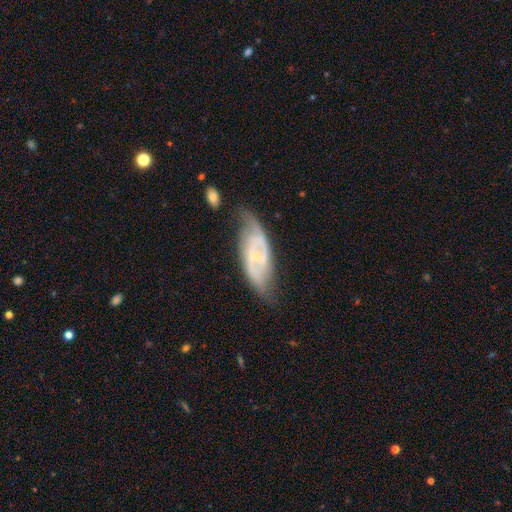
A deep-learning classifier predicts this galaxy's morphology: smooth_or_featured: featured or disk (p=0.78) [alt: smooth p=0.15]
disk_edge_on: no (p=0.88) [alt: yes p=0.12]
bar: weak (p=0.47) [alt: no p=0.32]
has_spiral_arms: yes (p=0.89) [alt: no p=0.11]
spiral_winding: medium (p=0.45) [alt: tight p=0.28]
spiral_arm_count: 2 (p=0.74) [alt: can't tell p=0.16]
bulge_size: small (p=0.66) [alt: moderate p=0.19]
merging: none (p=0.59) [alt: minor disturbance p=0.26]